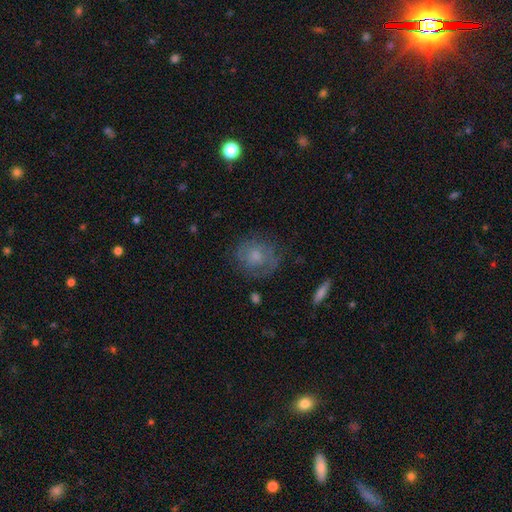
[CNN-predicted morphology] featured or disk 46%, smooth 44%, star or artifact 10%. Down the decision tree: merging — none (70%).